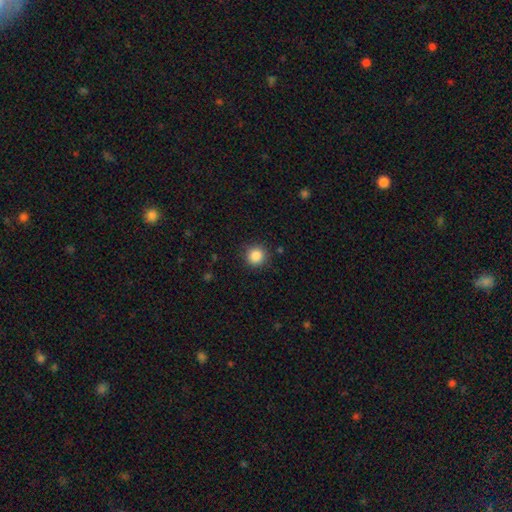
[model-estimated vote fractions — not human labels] This appears to be a smooth galaxy with no disk features (87%) that is round (94%). Merging: none (90%).